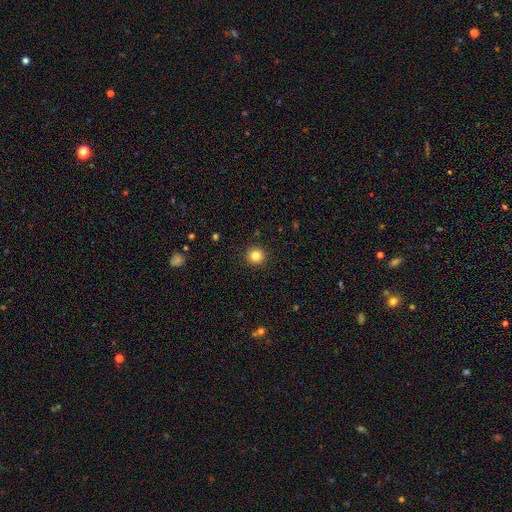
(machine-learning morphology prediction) Smooth or featured: smooth — 83% (star or artifact — 12%)
How rounded: round — 95% (in between — 4%)
Merging: none — 93% (minor disturbance — 5%)